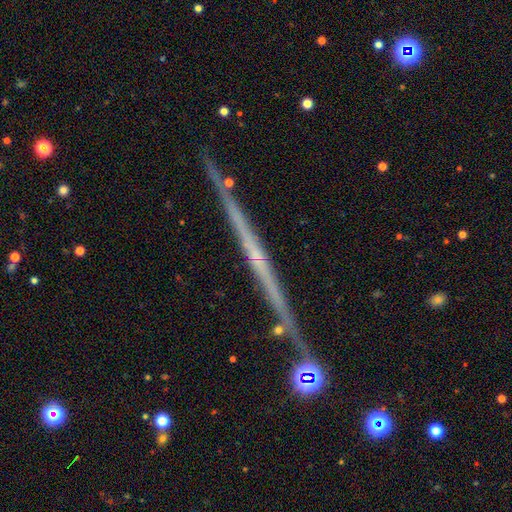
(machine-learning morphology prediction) Smooth or featured? Predicted: featured or disk (p=0.70). Edge-on disk? Predicted: yes (p=0.97). Edge-on bulge? Predicted: none (p=0.83). Merging? Predicted: none (p=0.86).